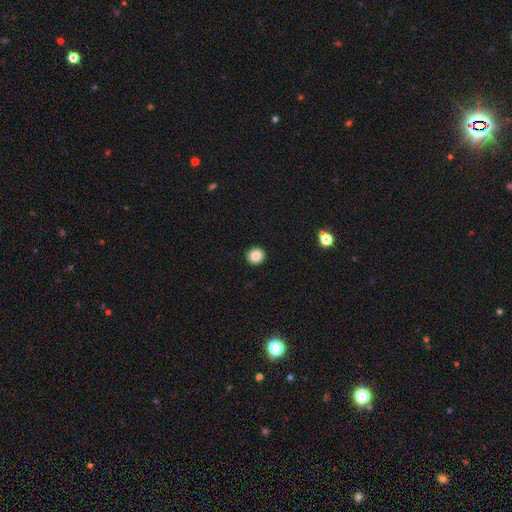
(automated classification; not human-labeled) smooth 85%, star or artifact 10%, featured or disk 5%. Down the decision tree: how rounded — round (91%); merging — none (93%).